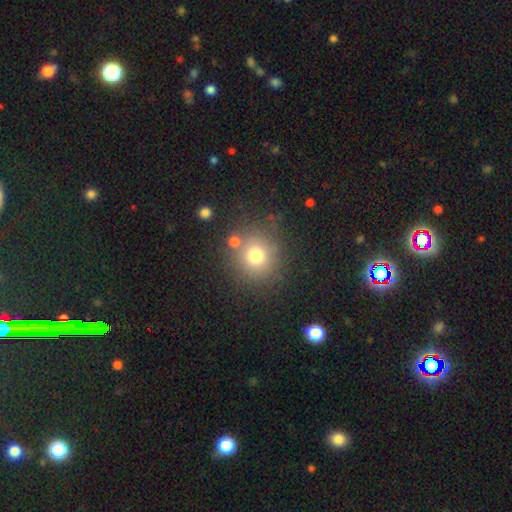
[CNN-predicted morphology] Smooth or featured?
  - smooth: 73% *
  - star or artifact: 16%
  - featured or disk: 11%
How rounded?
  - round: 90% *
  - in between: 9%
  - cigar-shaped: 1%
Merging?
  - none: 78% *
  - minor disturbance: 10%
  - merger: 8%
  - major disturbance: 5%